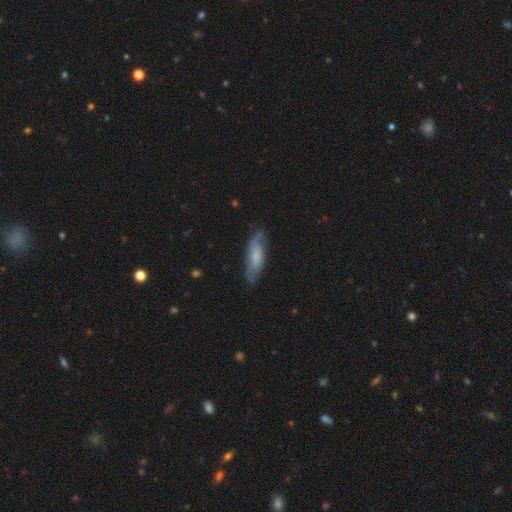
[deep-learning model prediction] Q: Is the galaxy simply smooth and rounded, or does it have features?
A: smooth — 55%.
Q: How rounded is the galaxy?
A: cigar-shaped — 49%, tied with in between.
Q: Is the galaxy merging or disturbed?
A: none — 71%.